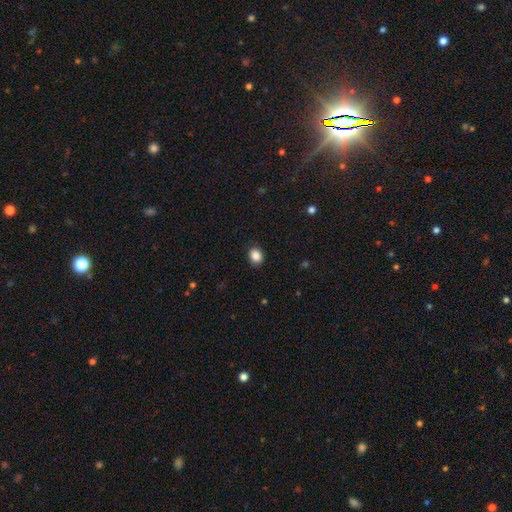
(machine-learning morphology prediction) smooth_or_featured: smooth (p=0.87) [alt: star or artifact p=0.09]
how_rounded: round (p=0.50) [alt: in between p=0.49]
merging: none (p=0.89) [alt: minor disturbance p=0.08]